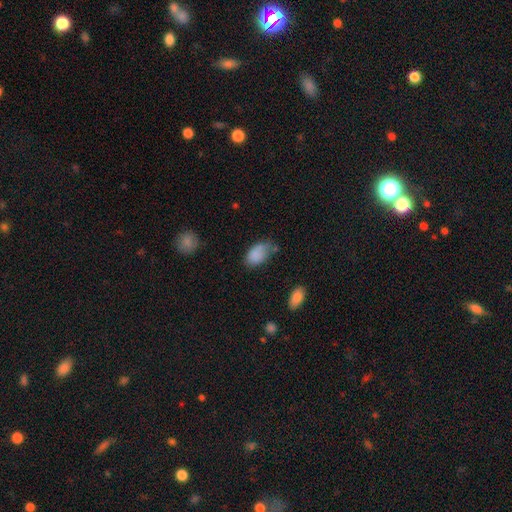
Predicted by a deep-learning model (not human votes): smooth 84%, star or artifact 9%, featured or disk 8%. Down the decision tree: how rounded — in between (92%); merging — none (50%).